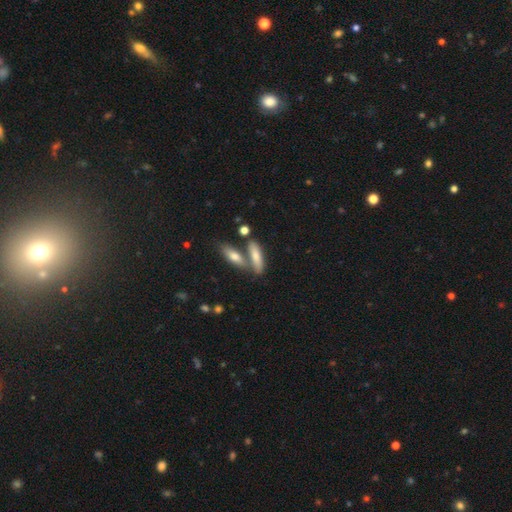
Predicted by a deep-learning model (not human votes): A smooth galaxy with no disk features (71%) that is cigar-shaped (56%). Merging: none (51%).